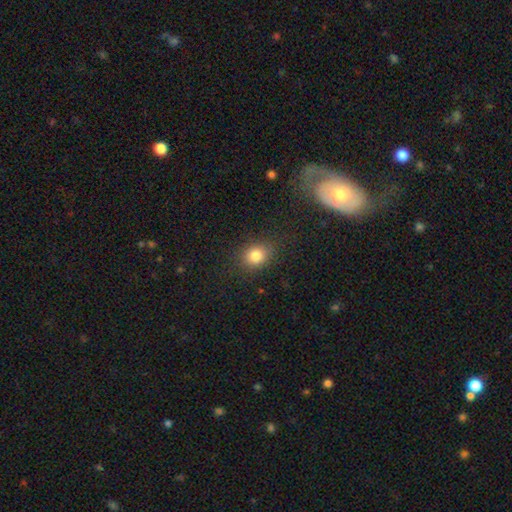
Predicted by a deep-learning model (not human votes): smooth_or_featured: smooth (p=0.83) [alt: star or artifact p=0.11]
how_rounded: round (p=0.56) [alt: in between p=0.43]
merging: none (p=0.84) [alt: minor disturbance p=0.11]